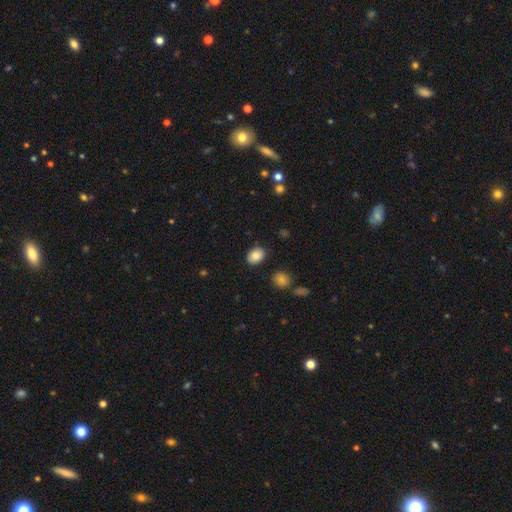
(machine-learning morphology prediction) A smooth galaxy with no disk features (84%) that is in between round and cigar-shaped (58%).

Vote fractions:
- Smooth or featured? smooth: 84% / star or artifact: 9% / featured or disk: 7%
- How rounded? in between: 58% / round: 41% / cigar-shaped: 1%
- Merging? none: 85% / minor disturbance: 10% / major disturbance: 3% / merger: 2%